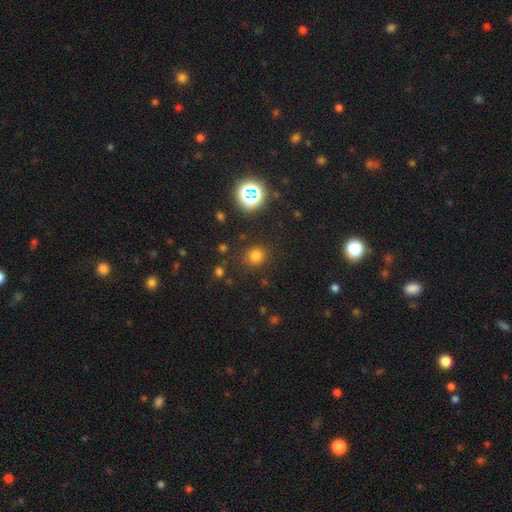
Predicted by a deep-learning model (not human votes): A smooth galaxy with no disk features (74%) that is round (85%). Merging: none (86%).